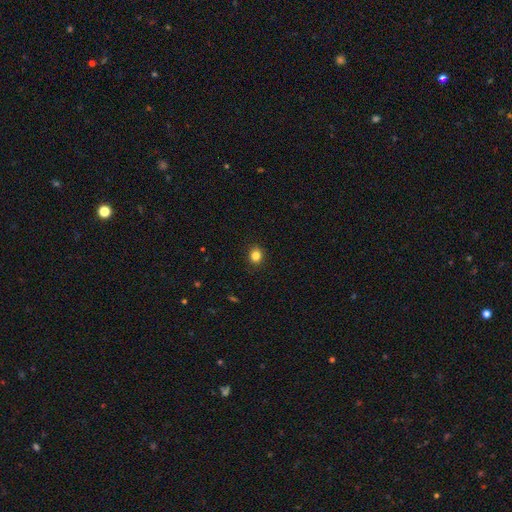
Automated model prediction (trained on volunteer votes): smooth-or-featured: smooth: 84% | star or artifact: 12% | featured or disk: 4%
  how-rounded: round: 76% | in between: 23% | cigar-shaped: 1%
  merging: none: 90% | minor disturbance: 7% | major disturbance: 2% | merger: 1%